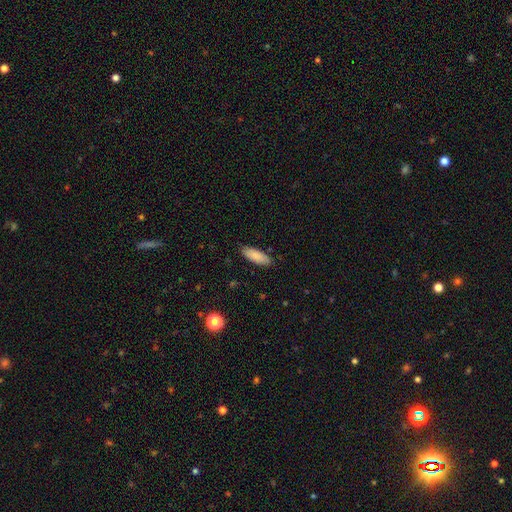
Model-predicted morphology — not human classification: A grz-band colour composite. It shows a smooth galaxy with no disk features (86%) that is in between round and cigar-shaped (65%). Merging: none (87%).